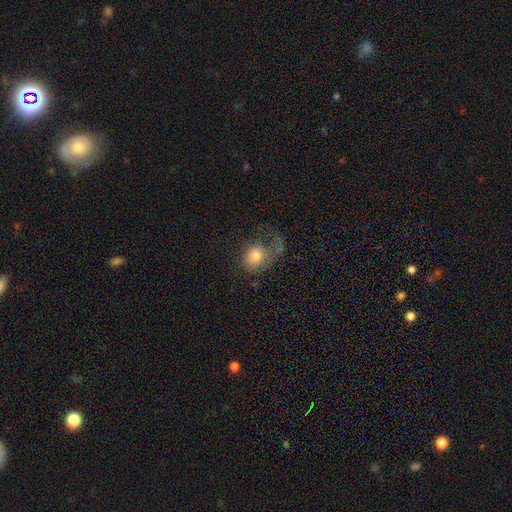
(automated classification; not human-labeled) This is likely a smooth galaxy (73%). How rounded: possibly round (59%). Merging: possibly major disturbance (46%).